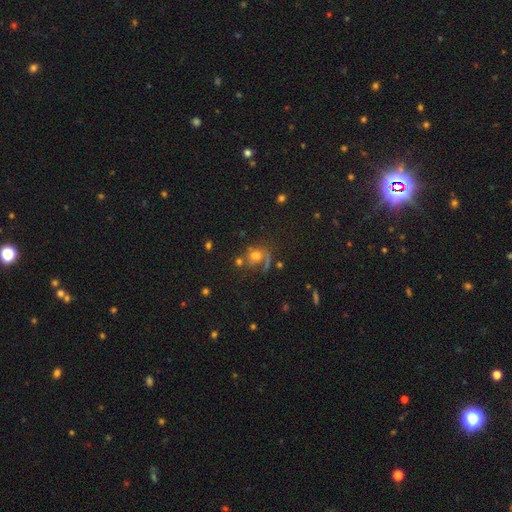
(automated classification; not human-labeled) A featured or disk galaxy (45%). Merging: none (40%).